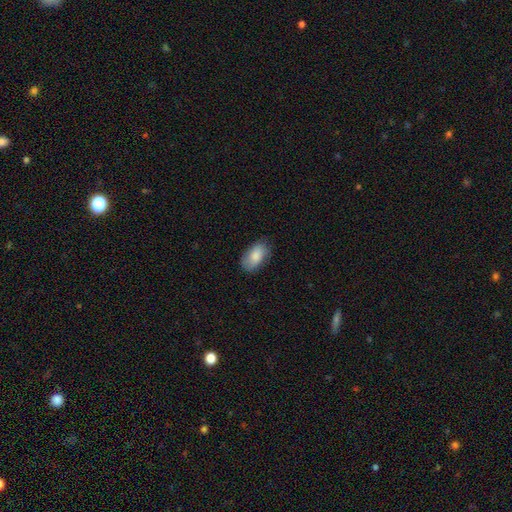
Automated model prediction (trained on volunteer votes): This appears to be a smooth galaxy with no disk features (84%) that is in between round and cigar-shaped (93%). Merging: none (77%).